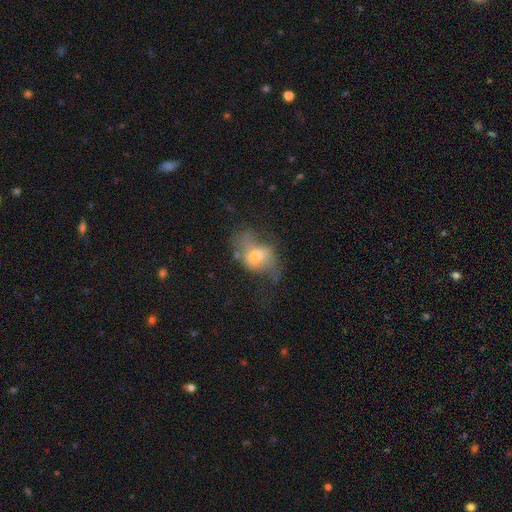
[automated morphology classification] This appears to be a featured or disk galaxy (50%). Merging: none (42%).